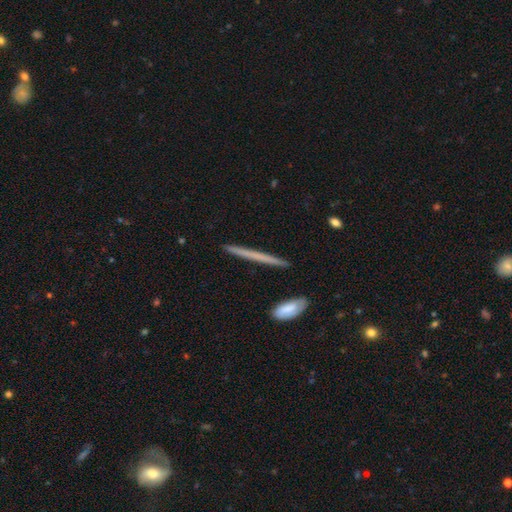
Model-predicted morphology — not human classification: Smooth or featured? Predicted: smooth (p=0.52). How rounded? Predicted: cigar-shaped (p=0.96). Merging? Predicted: none (p=0.92).